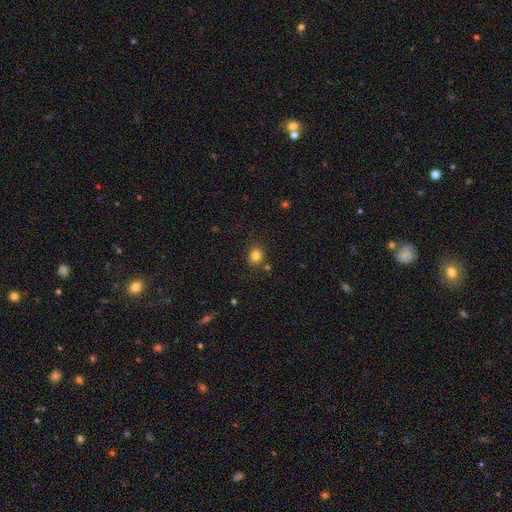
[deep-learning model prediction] Q: Smooth or featured?
A: smooth (81%); runner-up: star or artifact (13%)
Q: How rounded?
A: round (74%); runner-up: in between (25%)
Q: Merging?
A: none (81%); runner-up: minor disturbance (11%)